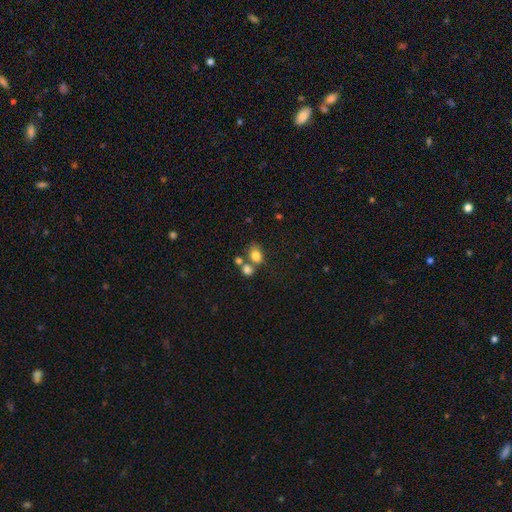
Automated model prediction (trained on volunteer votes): The model was most divided on "merging": none: 47%, merger: 34%, minor disturbance: 13%, major disturbance: 6%. More confident: smooth or featured — smooth (79%); how rounded — in between (68%).